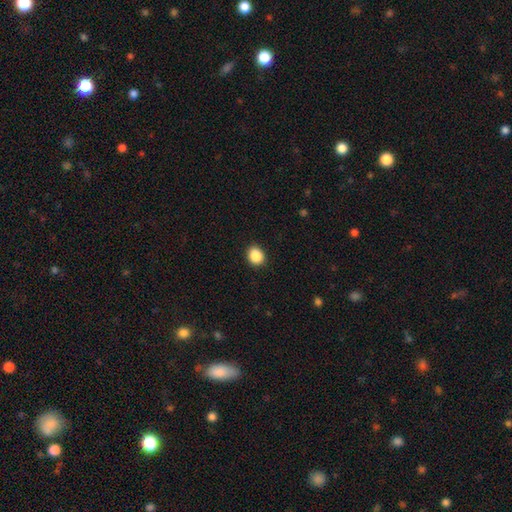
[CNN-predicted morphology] smooth-or-featured: smooth: 89% | star or artifact: 9% | featured or disk: 2%
  how-rounded: round: 64% | in between: 35% | cigar-shaped: 1%
  merging: none: 90% | minor disturbance: 7% | major disturbance: 2% | merger: 1%